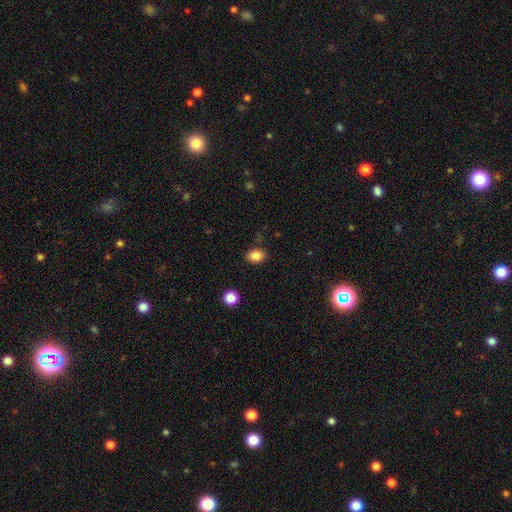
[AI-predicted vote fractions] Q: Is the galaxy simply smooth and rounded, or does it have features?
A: smooth — 85%.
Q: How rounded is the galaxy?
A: in between — 65%.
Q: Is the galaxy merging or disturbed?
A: none — 85%.